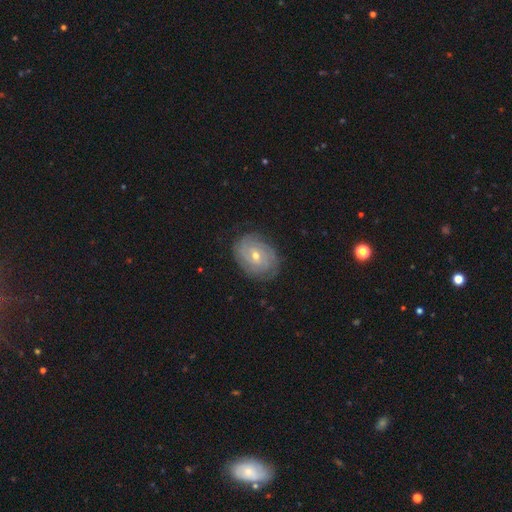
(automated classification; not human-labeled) This is likely a featured or disk galaxy (77%). It is clearly not viewed edge-on (97%). Bar: possibly no (48%). Spiral arm pattern: clearly yes (91%). Spiral arm count: marginally can't tell (44%). Spiral winding: likely tight (79%). Central bulge: possibly small (49%). Merging: clearly none (82%).